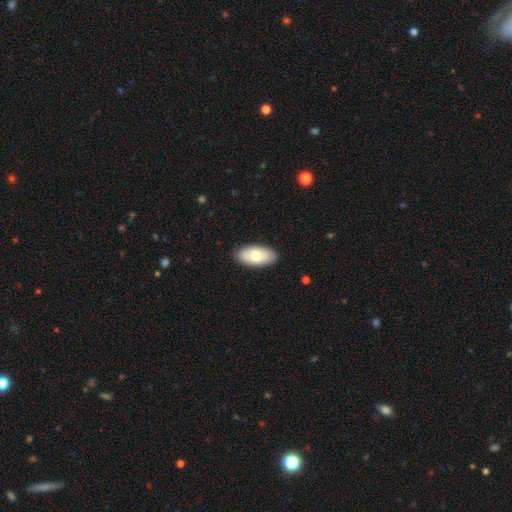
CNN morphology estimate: smooth-or-featured: smooth: 67% | featured or disk: 27% | star or artifact: 6%
  how-rounded: in between: 94% | cigar-shaped: 3% | round: 3%
  merging: none: 87% | minor disturbance: 10% | major disturbance: 2% | merger: 1%